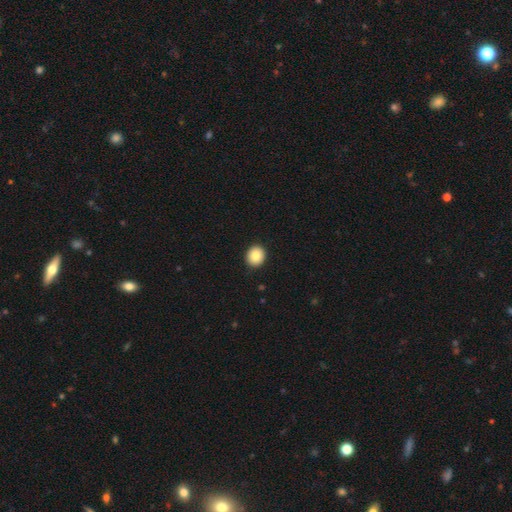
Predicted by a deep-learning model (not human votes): Q: Smooth or featured?
A: smooth (85%); runner-up: star or artifact (8%)
Q: How rounded?
A: round (81%); runner-up: in between (18%)
Q: Merging?
A: none (92%); runner-up: minor disturbance (5%)